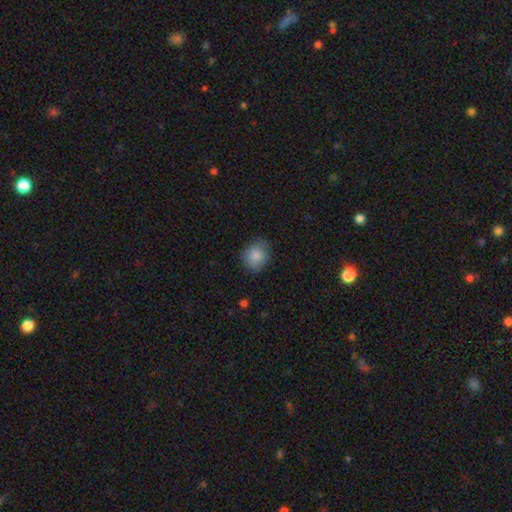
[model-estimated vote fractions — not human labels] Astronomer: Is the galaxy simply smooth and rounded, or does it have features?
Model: smooth — 84%.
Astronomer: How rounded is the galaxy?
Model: round — 70%.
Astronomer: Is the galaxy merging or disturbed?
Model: none — 70%.